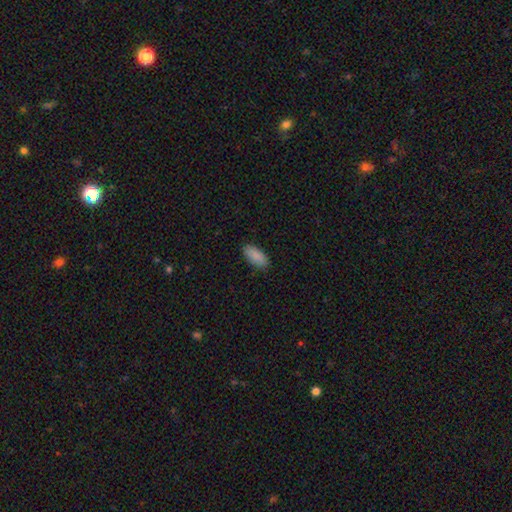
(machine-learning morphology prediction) The model was most divided on "merging": none: 87%, minor disturbance: 10%, major disturbance: 2%, merger: 1%. More confident: smooth or featured — smooth (89%); how rounded — in between (88%).